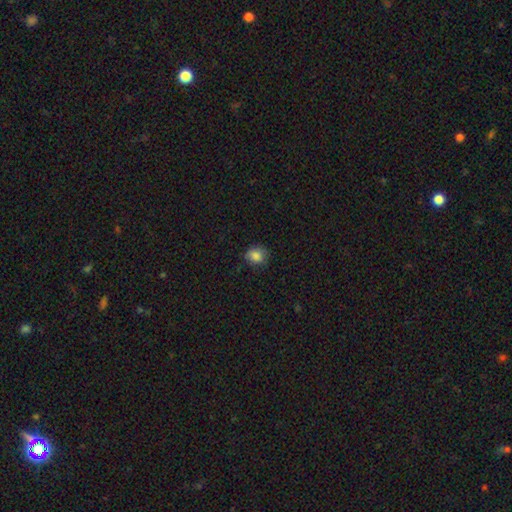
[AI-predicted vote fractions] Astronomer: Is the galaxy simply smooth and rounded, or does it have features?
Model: smooth — 84%.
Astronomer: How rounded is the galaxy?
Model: round — 70%.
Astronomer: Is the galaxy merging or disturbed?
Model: none — 72%.